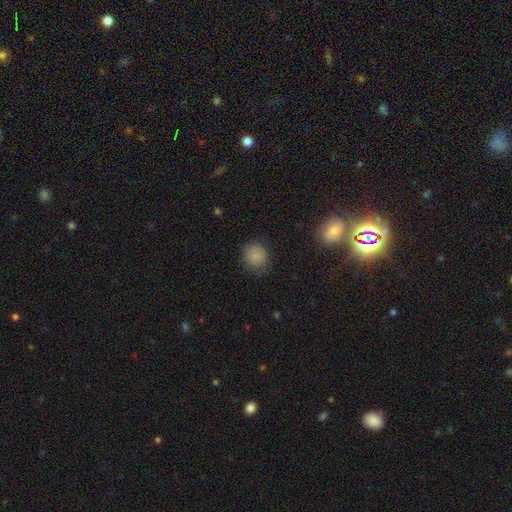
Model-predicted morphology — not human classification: smooth_or_featured: smooth (p=0.85) [alt: star or artifact p=0.11]
how_rounded: round (p=0.84) [alt: in between p=0.15]
merging: none (p=0.82) [alt: minor disturbance p=0.13]